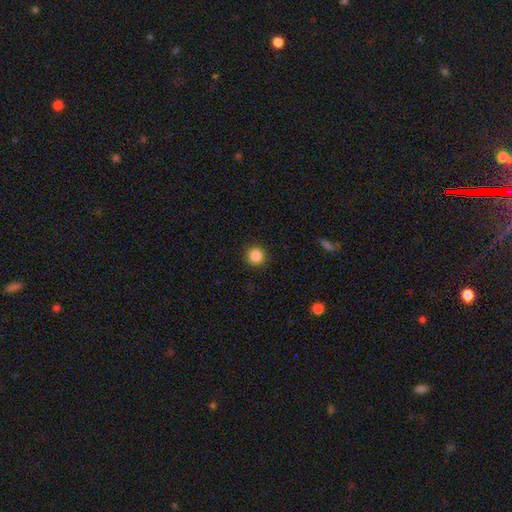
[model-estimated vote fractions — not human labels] smooth-or-featured: smooth: 87% | star or artifact: 10% | featured or disk: 3%
  how-rounded: round: 95% | in between: 4% | cigar-shaped: 1%
  merging: none: 92% | minor disturbance: 5% | major disturbance: 2% | merger: 1%